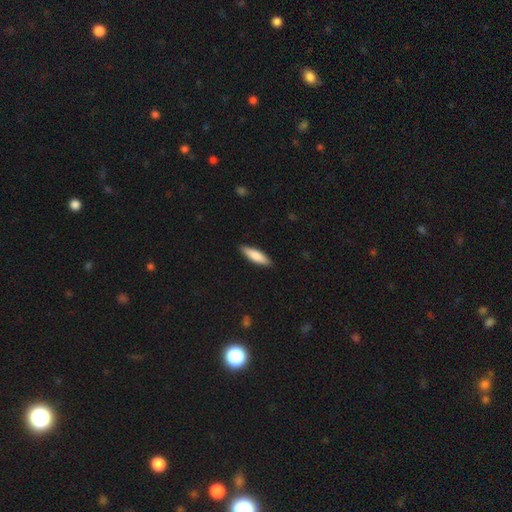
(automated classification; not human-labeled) This is likely a smooth galaxy (79%). How rounded: likely cigar-shaped (64%). Merging: clearly none (89%).